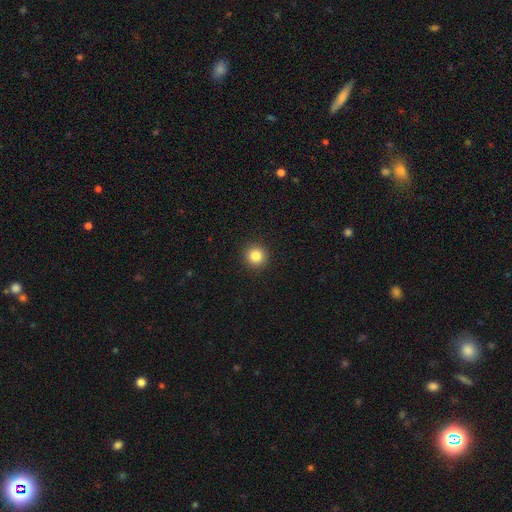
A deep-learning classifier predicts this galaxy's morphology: smooth-or-featured: smooth: 84% | star or artifact: 11% | featured or disk: 5%
  how-rounded: round: 95% | in between: 4% | cigar-shaped: 1%
  merging: none: 93% | minor disturbance: 4% | major disturbance: 2% | merger: 1%